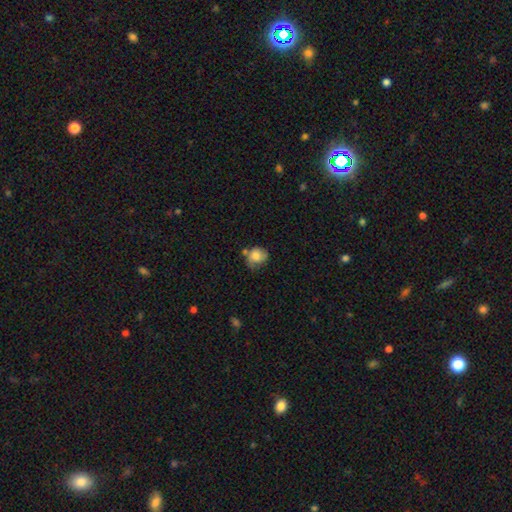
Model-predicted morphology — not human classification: Smooth or featured?
  - smooth: 67% *
  - featured or disk: 24%
  - star or artifact: 8%
How rounded?
  - round: 71% *
  - in between: 28%
  - cigar-shaped: 1%
Merging?
  - none: 46% *
  - minor disturbance: 30%
  - major disturbance: 12%
  - merger: 12%